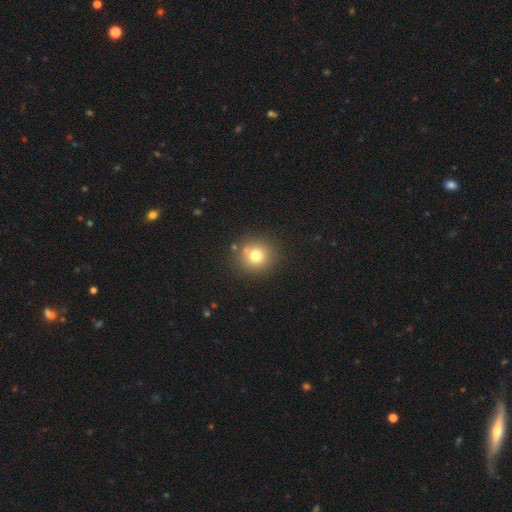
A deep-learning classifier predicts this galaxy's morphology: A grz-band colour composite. It shows a smooth galaxy with no disk features (76%) that is round (91%). Merging: none (82%).